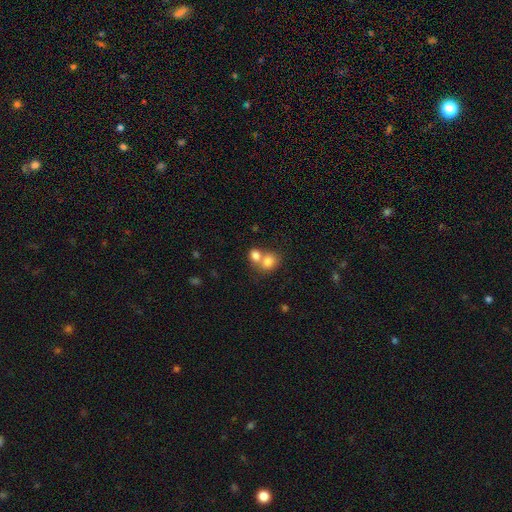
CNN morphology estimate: smooth-or-featured: smooth: 79% | featured or disk: 11% | star or artifact: 10%
  how-rounded: round: 54% | in between: 45% | cigar-shaped: 1%
  merging: merger: 60% | none: 30% | minor disturbance: 7% | major disturbance: 3%